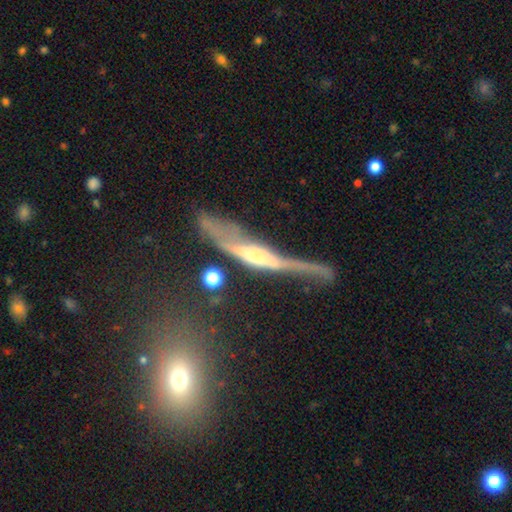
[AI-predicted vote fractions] The model was most divided on "merging": major disturbance: 34%, none: 30%, minor disturbance: 24%, merger: 12%. Remaining: edge-on disk — yes (76%); smooth or featured — featured or disk (72%); edge-on bulge — rounded (49%).